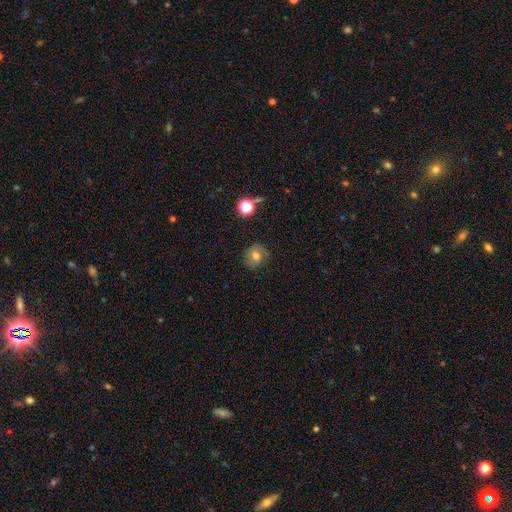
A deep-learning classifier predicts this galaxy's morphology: Smooth or featured?
  - featured or disk: 43% *
  - smooth: 42%
  - star or artifact: 15%
Merging?
  - none: 74% *
  - minor disturbance: 17%
  - major disturbance: 7%
  - merger: 2%